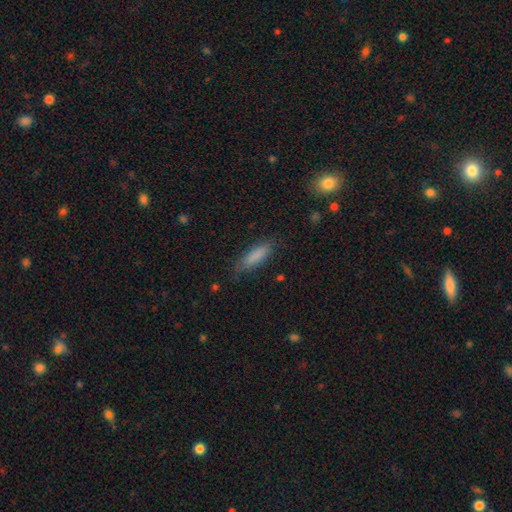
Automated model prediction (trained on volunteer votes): Smooth or featured: smooth — 84% (featured or disk — 9%)
How rounded: cigar-shaped — 53% (in between — 45%)
Merging: none — 79% (minor disturbance — 16%)